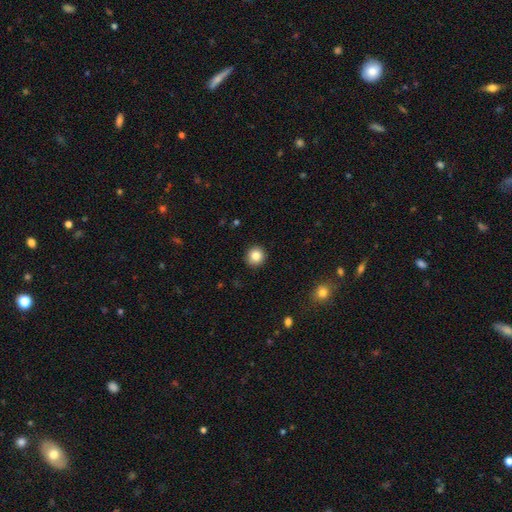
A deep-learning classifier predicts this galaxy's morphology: smooth_or_featured: smooth (p=0.84) [alt: star or artifact p=0.10]
how_rounded: round (p=0.92) [alt: in between p=0.07]
merging: none (p=0.92) [alt: minor disturbance p=0.05]